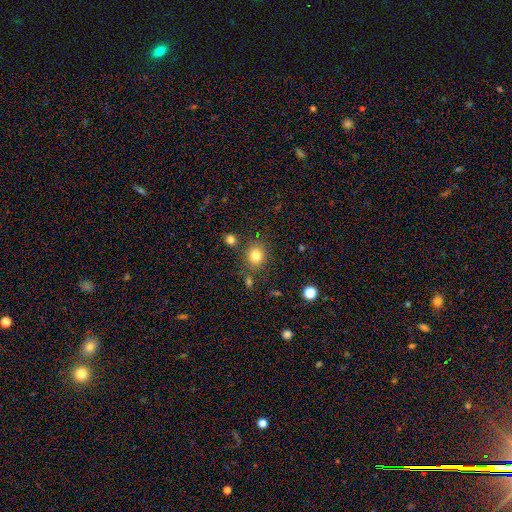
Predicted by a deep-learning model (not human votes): The model was most divided on "how rounded": round: 70%, in between: 29%, cigar-shaped: 1%. More confident: smooth or featured — smooth (81%); merging — none (78%).